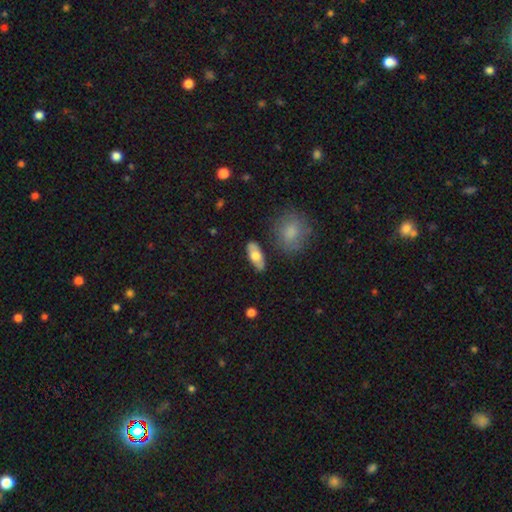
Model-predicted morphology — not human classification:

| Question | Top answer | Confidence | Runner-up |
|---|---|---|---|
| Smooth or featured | smooth | 65% | featured or disk (29%) |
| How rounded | in between | 81% | cigar-shaped (15%) |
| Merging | none | 82% | minor disturbance (12%) |